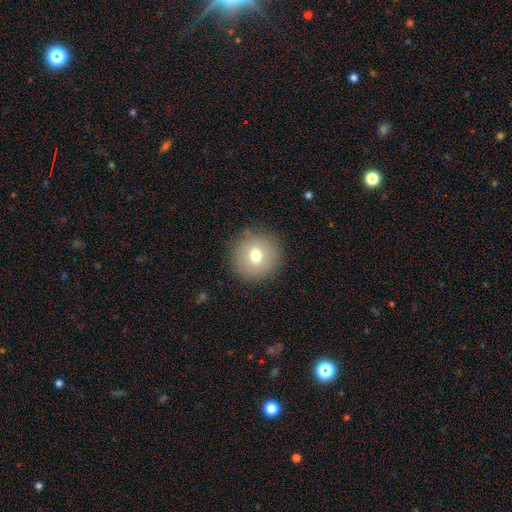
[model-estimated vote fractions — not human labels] The model was most divided on "smooth or featured": smooth: 72%, featured or disk: 16%, star or artifact: 12%. More confident: how rounded — round (95%); merging — none (89%).